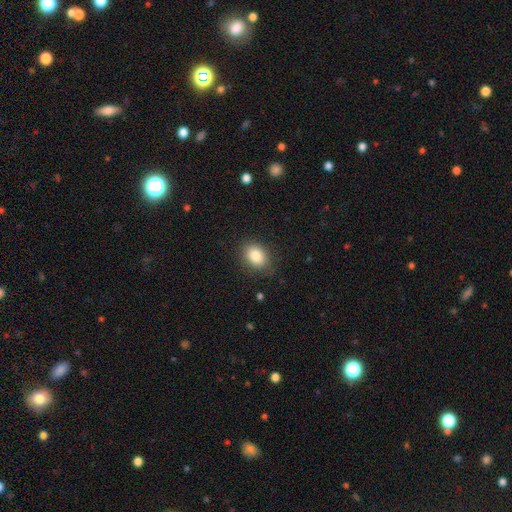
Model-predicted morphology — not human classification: This is clearly a smooth galaxy (84%). How rounded: likely in between (67%). Merging: clearly none (81%).